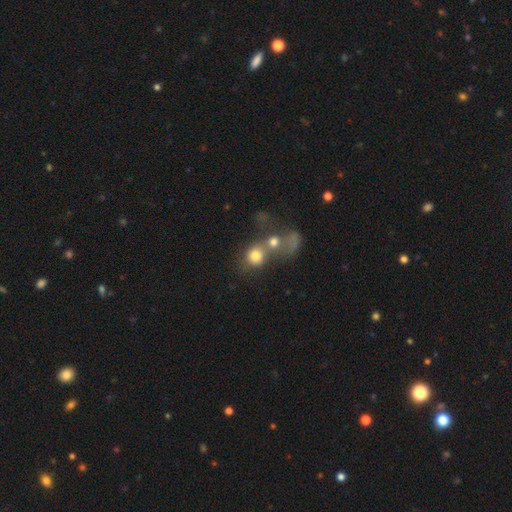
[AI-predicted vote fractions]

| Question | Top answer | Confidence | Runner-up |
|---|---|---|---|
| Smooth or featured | smooth | 73% | featured or disk (15%) |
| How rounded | round | 75% | in between (24%) |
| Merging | merger | 58% | none (26%) |